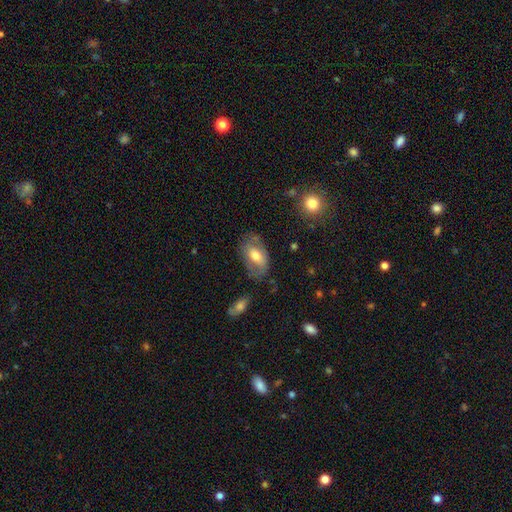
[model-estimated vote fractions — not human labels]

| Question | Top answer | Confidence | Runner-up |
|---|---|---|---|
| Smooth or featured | smooth | 61% | featured or disk (32%) |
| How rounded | in between | 90% | round (8%) |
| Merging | none | 63% | minor disturbance (24%) |